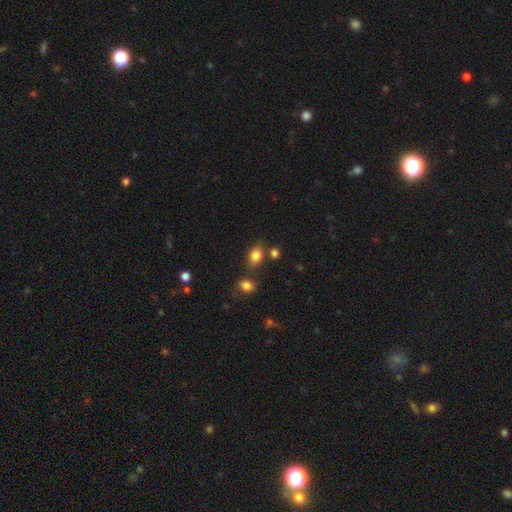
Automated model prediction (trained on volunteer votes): Morphology: type=smooth (83%); roundness=in between (69%); merging=none (69%).